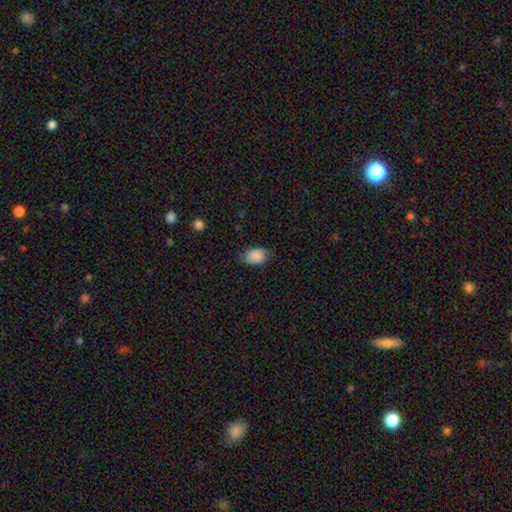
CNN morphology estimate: smooth_or_featured: smooth (p=0.89) [alt: star or artifact p=0.07]
how_rounded: in between (p=0.83) [alt: round p=0.16]
merging: none (p=0.76) [alt: minor disturbance p=0.19]